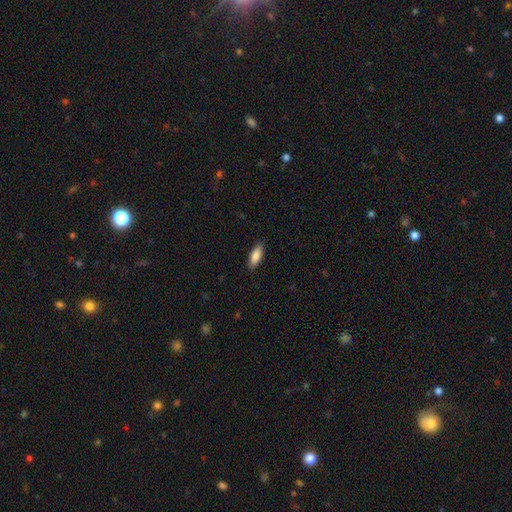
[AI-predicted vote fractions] This is clearly a smooth galaxy (85%). How rounded: likely in between (68%). Merging: clearly none (88%).